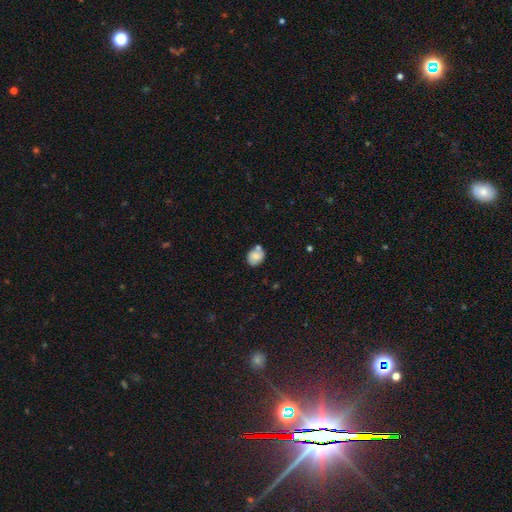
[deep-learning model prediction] smooth 74%, featured or disk 18%, star or artifact 8%. Down the decision tree: how rounded — round (54%); merging — none (58%).